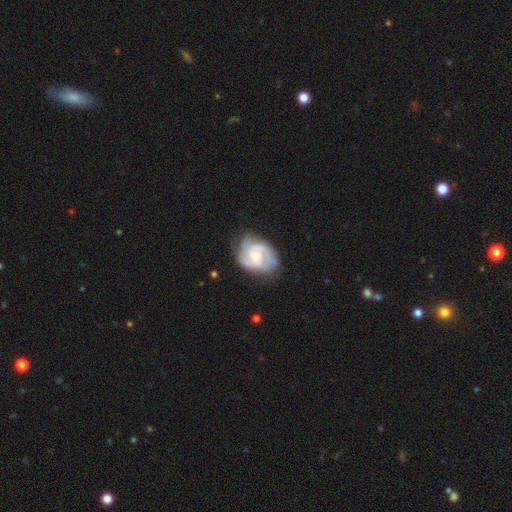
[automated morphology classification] smooth-or-featured: featured or disk: 76% | smooth: 19% | star or artifact: 6%
  disk-edge-on: no: 98% | yes: 2%
    bar: no: 60% | weak: 34% | strong: 5%
    has-spiral-arms: yes: 94% | no: 6%
      spiral-winding: medium: 44% (tied) | tight: 44% (tied) | loose: 12%
      spiral-arm-count: 2: 55% | can't tell: 19% | 3: 17% | 1: 4% | 4: 3% | more than 4: 3%
    bulge-size: small: 40% | moderate: 32% | none: 17% | large: 8% | dominant: 2%
  merging: none: 65% | minor disturbance: 23% | major disturbance: 10% | merger: 2%